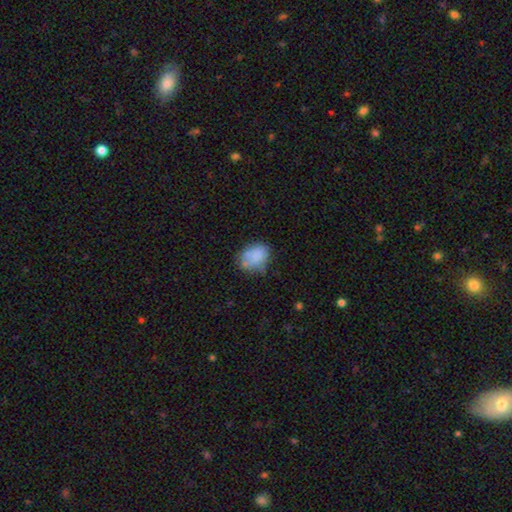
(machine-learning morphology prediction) The model was most divided on "merging": none: 52%, minor disturbance: 29%, major disturbance: 12%, merger: 7%. More confident: smooth or featured — smooth (75%); how rounded — in between (66%).